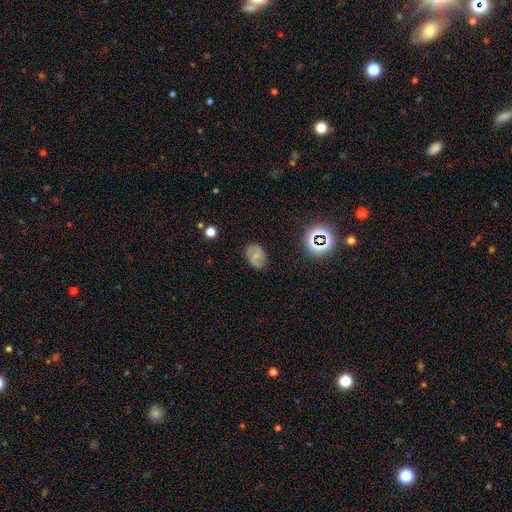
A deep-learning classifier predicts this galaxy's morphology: Smooth or featured? featured or disk (54%)
Edge-on disk? no (97%)
Bar? no (43%, tied with weak)
Spiral arms? yes (80%)
Bulge size? small (60%)
Merging? none (75%)